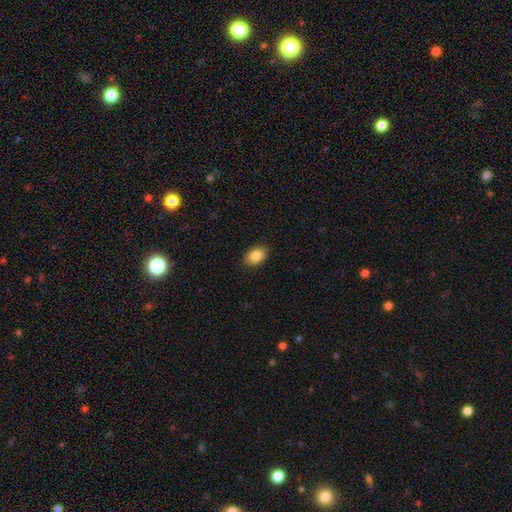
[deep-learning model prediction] Smooth or featured?
  - smooth: 85% *
  - star or artifact: 8%
  - featured or disk: 7%
How rounded?
  - in between: 85% *
  - round: 14%
  - cigar-shaped: 1%
Merging?
  - none: 89% *
  - minor disturbance: 8%
  - major disturbance: 2%
  - merger: 1%